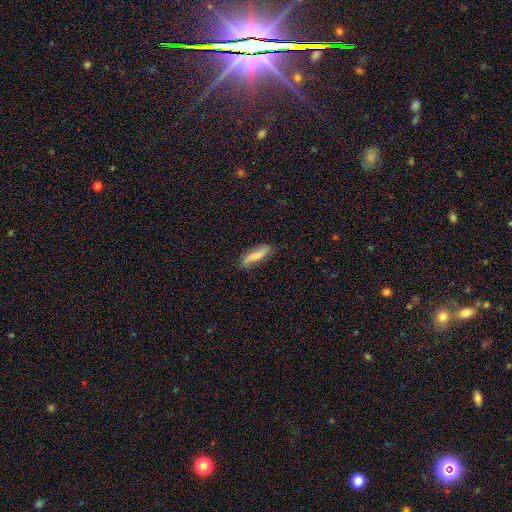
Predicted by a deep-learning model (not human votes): The model was most divided on "how rounded": cigar-shaped: 69%, in between: 29%, round: 2%. More confident: merging — none (79%); smooth or featured — smooth (72%).